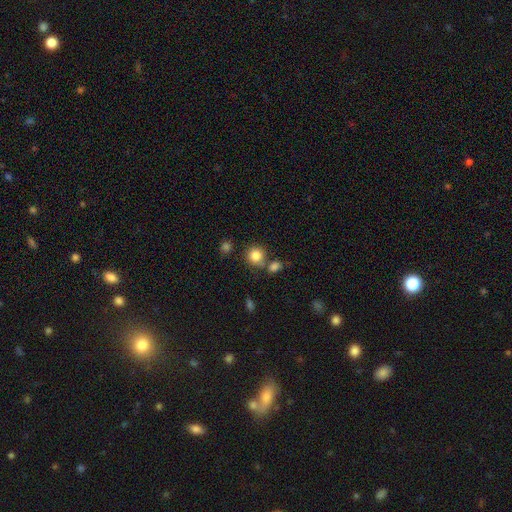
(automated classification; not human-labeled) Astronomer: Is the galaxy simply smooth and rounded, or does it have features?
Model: smooth — 83%.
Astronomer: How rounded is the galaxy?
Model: round — 87%.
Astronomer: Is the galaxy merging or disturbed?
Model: none — 66%.